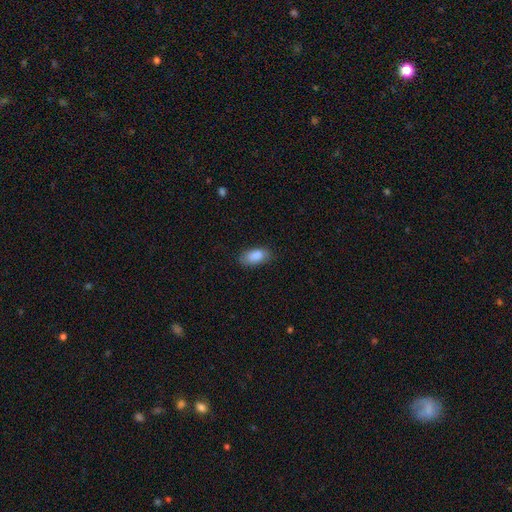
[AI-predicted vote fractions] smooth_or_featured: smooth (p=0.88) [alt: star or artifact p=0.06]
how_rounded: in between (p=0.93) [alt: cigar-shaped p=0.04]
merging: none (p=0.79) [alt: minor disturbance p=0.16]